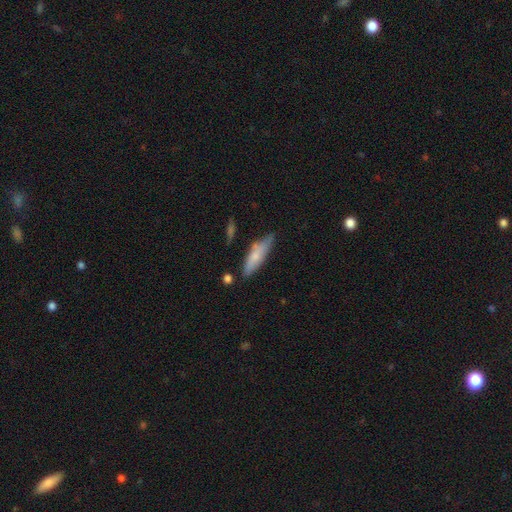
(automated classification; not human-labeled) smooth_or_featured: smooth (p=0.67) [alt: featured or disk p=0.27]
how_rounded: cigar-shaped (p=0.55) [alt: in between p=0.43]
merging: none (p=0.61) [alt: minor disturbance p=0.28]